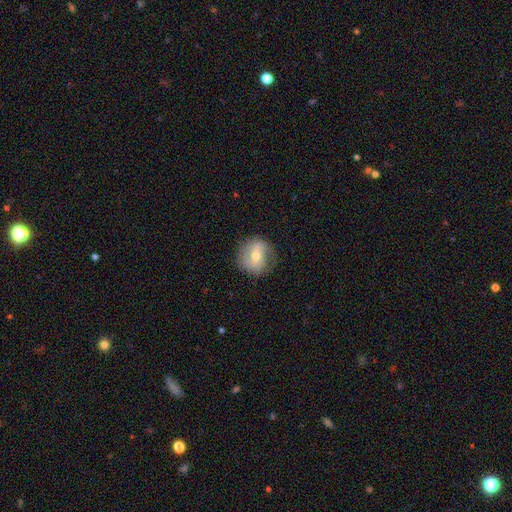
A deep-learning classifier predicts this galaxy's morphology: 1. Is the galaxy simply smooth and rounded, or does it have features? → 54% featured or disk, 39% smooth, 8% star or artifact.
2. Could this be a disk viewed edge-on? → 95% no, 5% yes.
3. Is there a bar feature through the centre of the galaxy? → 45% weak, 28% strong, 27% no.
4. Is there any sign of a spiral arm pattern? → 70% yes, 30% no.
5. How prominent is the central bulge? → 63% moderate, 32% small, 3% large, 1% none, 1% dominant.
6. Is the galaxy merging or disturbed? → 78% none, 15% minor disturbance, 6% major disturbance, 1% merger.